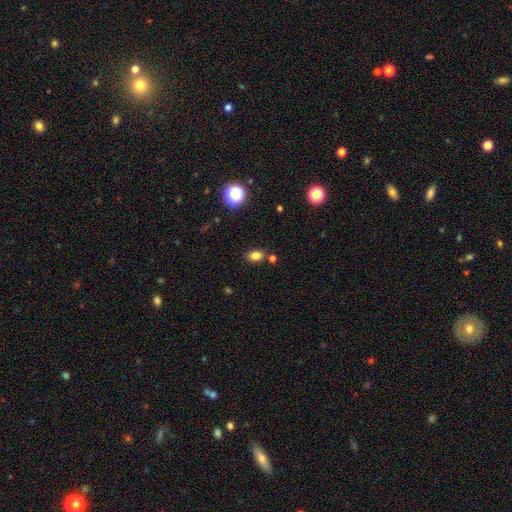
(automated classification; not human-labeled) smooth_or_featured: smooth (p=0.80) [alt: star or artifact p=0.14]
how_rounded: in between (p=0.70) [alt: round p=0.29]
merging: none (p=0.79) [alt: minor disturbance p=0.10]